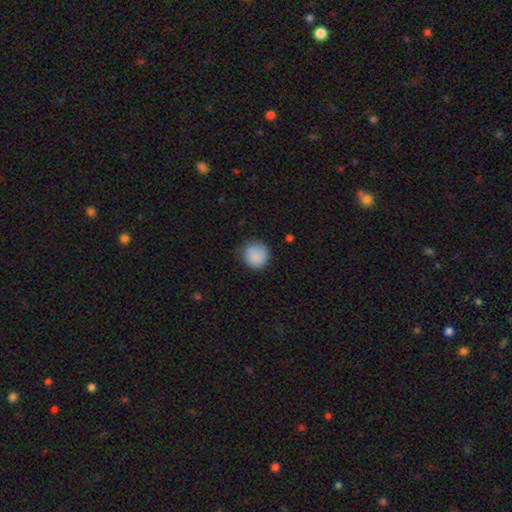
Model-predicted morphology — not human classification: This is clearly a smooth galaxy (88%). How rounded: clearly round (92%). Merging: clearly none (80%).